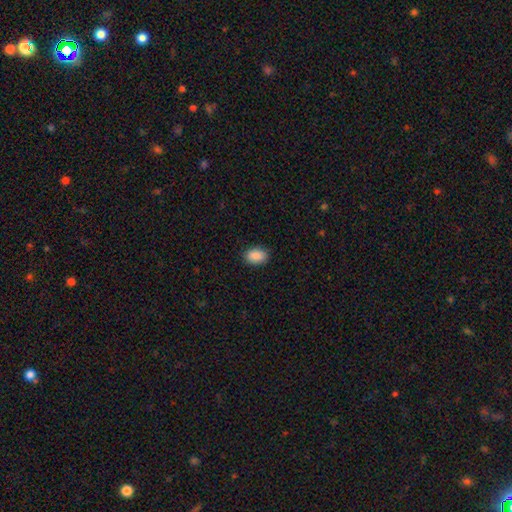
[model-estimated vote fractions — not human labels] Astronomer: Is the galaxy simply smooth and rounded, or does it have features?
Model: smooth — 89%.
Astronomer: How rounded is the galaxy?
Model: in between — 84%.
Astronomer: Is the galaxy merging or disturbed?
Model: none — 88%.